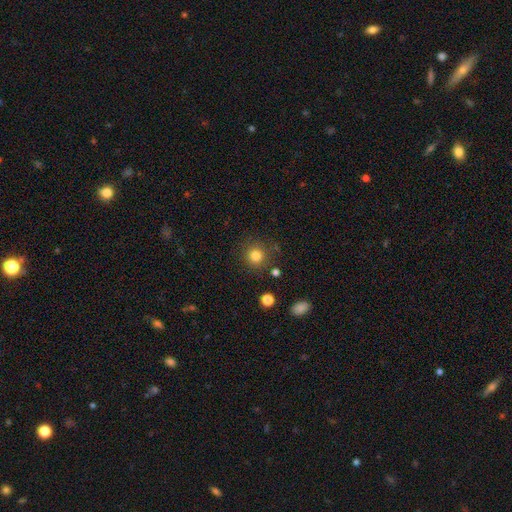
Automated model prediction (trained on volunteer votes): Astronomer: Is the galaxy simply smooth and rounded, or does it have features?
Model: smooth — 81%.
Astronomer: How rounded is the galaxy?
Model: round — 93%.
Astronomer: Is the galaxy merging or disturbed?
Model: none — 84%.